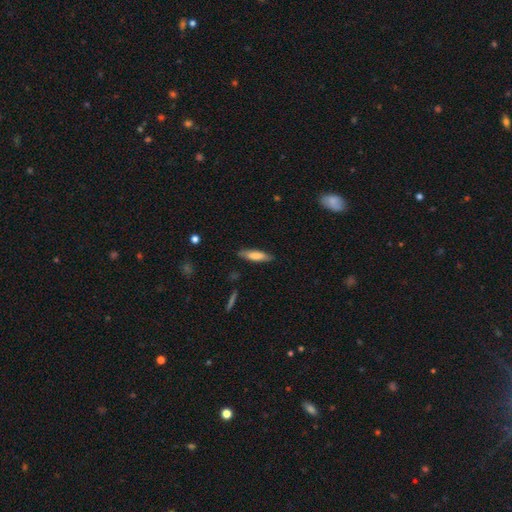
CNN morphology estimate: Smooth or featured?
  - smooth: 73% *
  - featured or disk: 21%
  - star or artifact: 6%
How rounded?
  - cigar-shaped: 68% *
  - in between: 31%
  - round: 2%
Merging?
  - none: 84% *
  - minor disturbance: 12%
  - major disturbance: 2%
  - merger: 1%